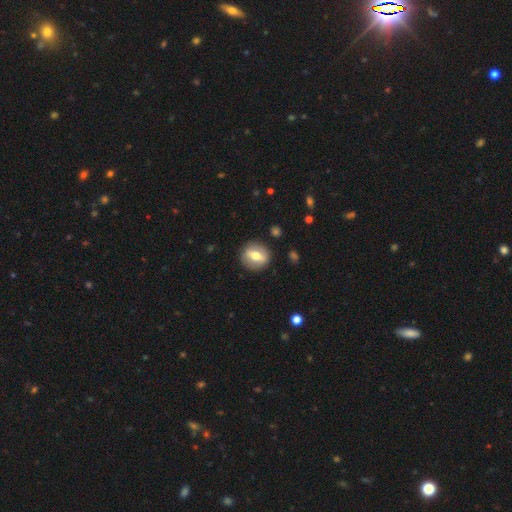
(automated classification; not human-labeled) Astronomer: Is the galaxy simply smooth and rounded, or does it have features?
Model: smooth — 50% (runner-up: featured or disk, 42%).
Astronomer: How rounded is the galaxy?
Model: round — 75%.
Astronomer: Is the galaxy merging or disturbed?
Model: none — 88%.